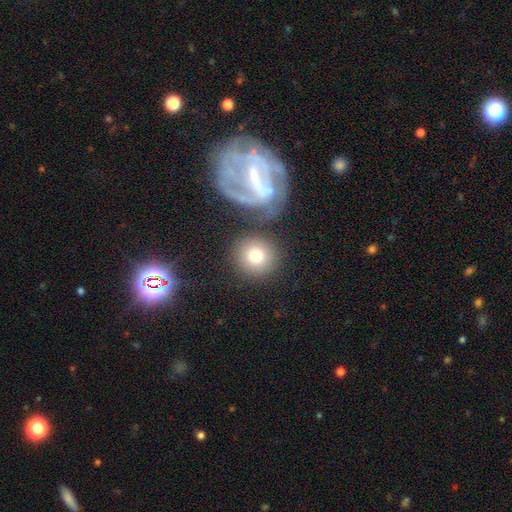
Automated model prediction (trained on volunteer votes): Smooth or featured? smooth (77%)
How rounded? round (91%)
Merging? none (74%)